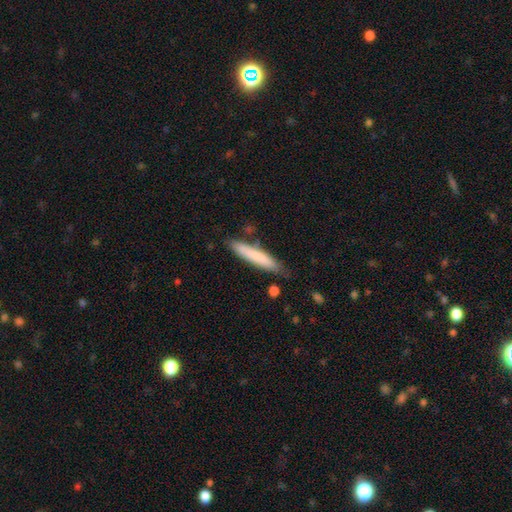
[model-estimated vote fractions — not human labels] Smooth or featured? smooth (77%)
How rounded? cigar-shaped (90%)
Merging? none (79%)